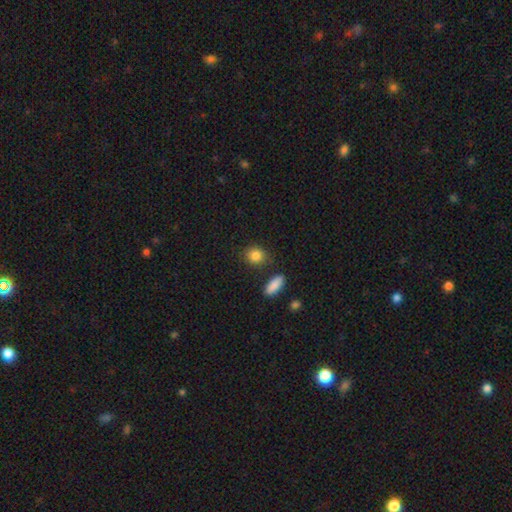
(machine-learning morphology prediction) The model was most divided on "how rounded": round: 64%, in between: 34%, cigar-shaped: 2%. More confident: smooth or featured — smooth (86%); merging — none (81%).